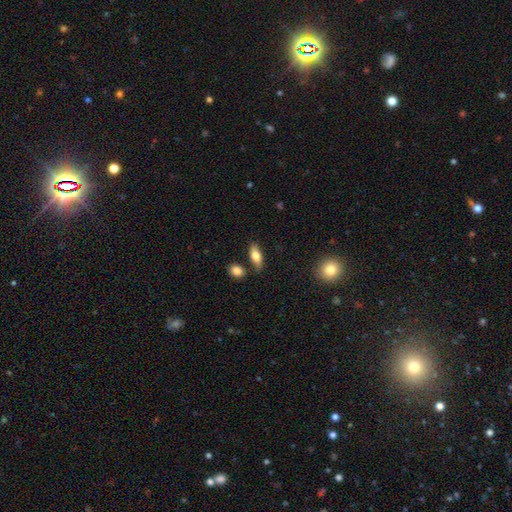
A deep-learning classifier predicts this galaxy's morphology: This appears to be a smooth galaxy with no disk features (75%) that is in between round and cigar-shaped (78%). Merging: none (80%).